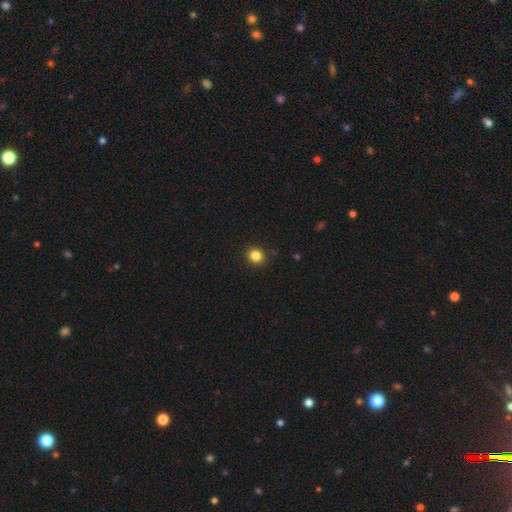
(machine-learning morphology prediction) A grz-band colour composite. It shows a smooth galaxy with no disk features (84%) that is round (86%). Merging: none (90%).